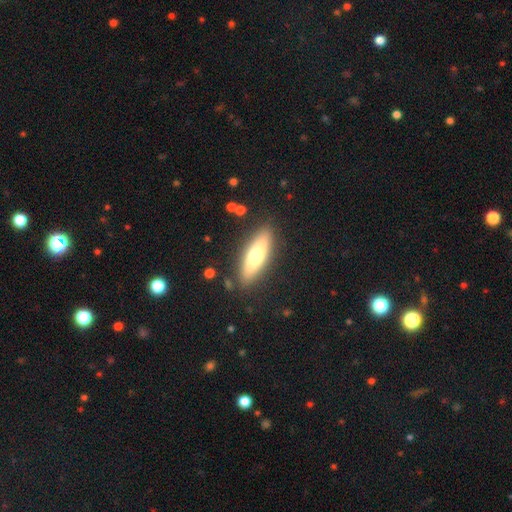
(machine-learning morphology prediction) Q: Smooth or featured?
A: smooth (57%); runner-up: featured or disk (37%)
Q: How rounded?
A: cigar-shaped (55%); runner-up: in between (43%)
Q: Merging?
A: none (86%); runner-up: minor disturbance (10%)